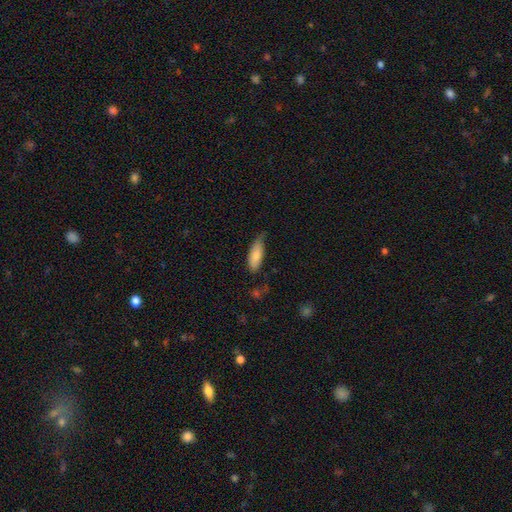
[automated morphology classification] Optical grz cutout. It shows a smooth galaxy with no disk features (82%) that is in between round and cigar-shaped (65%). Merging: none (53%).